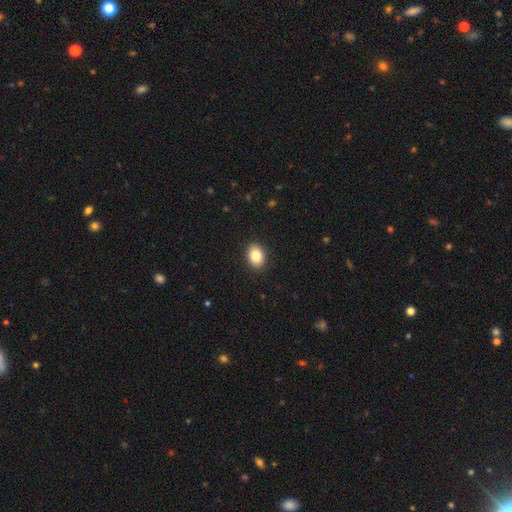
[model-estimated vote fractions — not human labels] smooth 84%, star or artifact 8%, featured or disk 8%. Down the decision tree: how rounded — in between (74%); merging — none (91%).